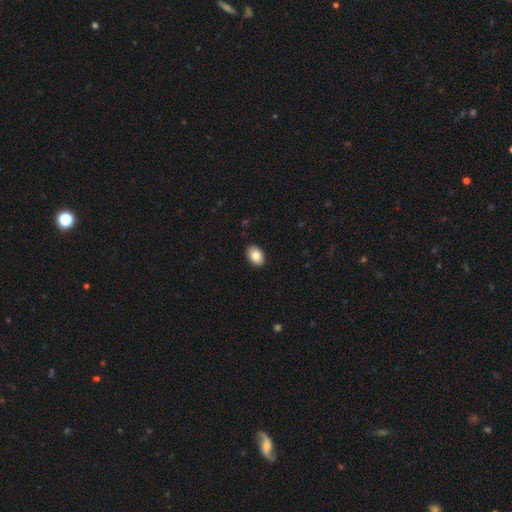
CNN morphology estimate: Smooth or featured? Predicted: smooth (p=0.85). How rounded? Predicted: in between (p=0.84). Merging? Predicted: none (p=0.90).